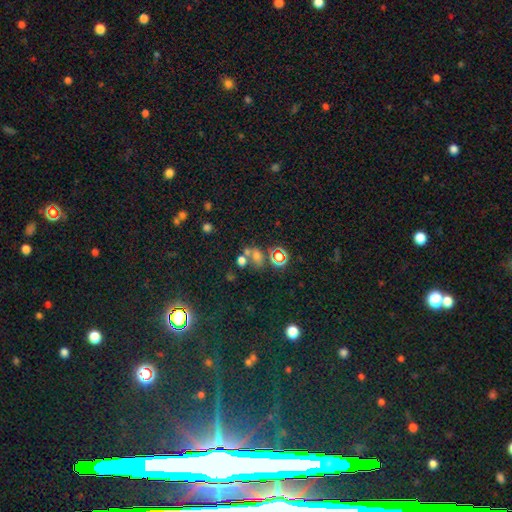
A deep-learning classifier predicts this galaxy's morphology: This appears to be a smooth galaxy with no disk features (52%) that is in between round and cigar-shaped (51%). Merging: none (44%).